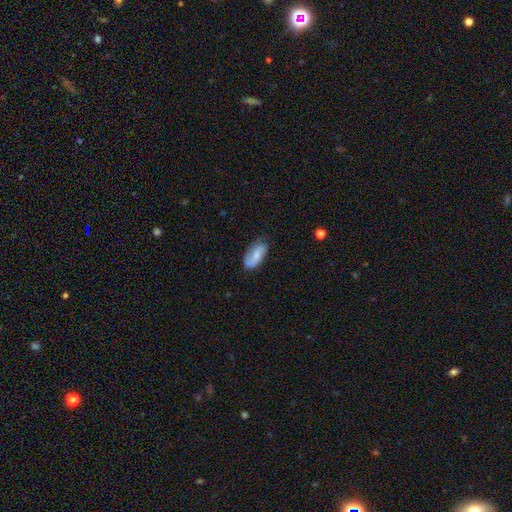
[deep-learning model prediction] smooth 54%, featured or disk 39%, star or artifact 7%. Down the decision tree: how rounded — in between (90%); merging — none (70%).